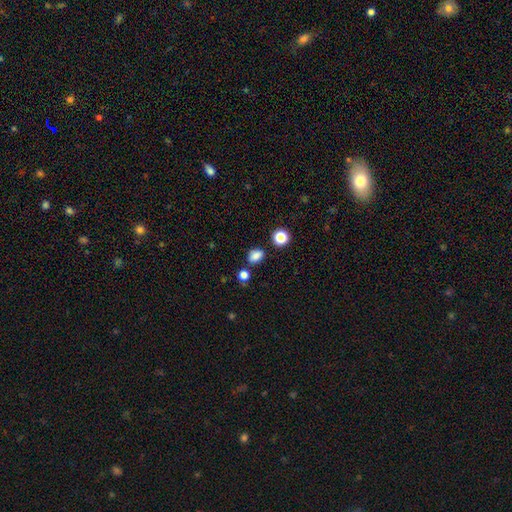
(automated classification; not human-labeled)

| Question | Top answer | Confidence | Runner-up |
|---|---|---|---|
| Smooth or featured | smooth | 81% | star or artifact (14%) |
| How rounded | in between | 65% | round (33%) |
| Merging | none | 75% | minor disturbance (14%) |